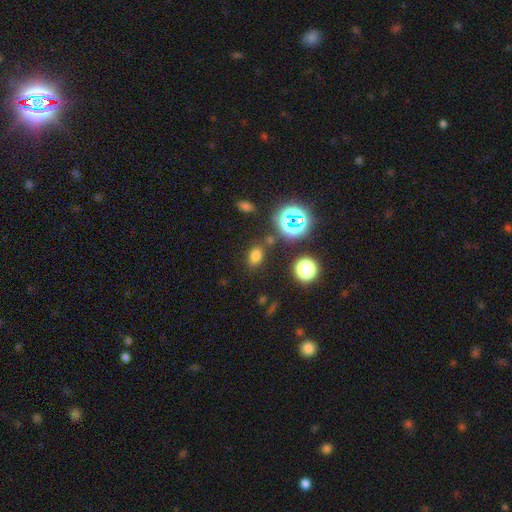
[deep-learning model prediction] Smooth or featured: smooth — 69% (star or artifact — 24%)
How rounded: in between — 71% (round — 27%)
Merging: none — 80% (minor disturbance — 11%)